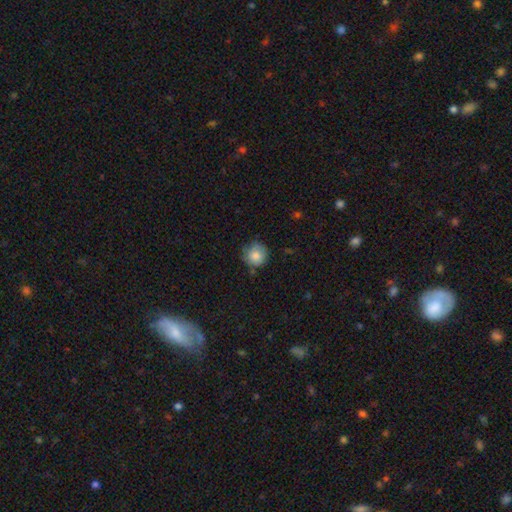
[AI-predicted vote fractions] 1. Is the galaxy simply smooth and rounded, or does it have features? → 84% smooth, 9% star or artifact, 8% featured or disk.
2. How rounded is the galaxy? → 92% round, 7% in between, 1% cigar-shaped.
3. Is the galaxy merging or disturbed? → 72% none, 21% minor disturbance, 4% major disturbance, 3% merger.